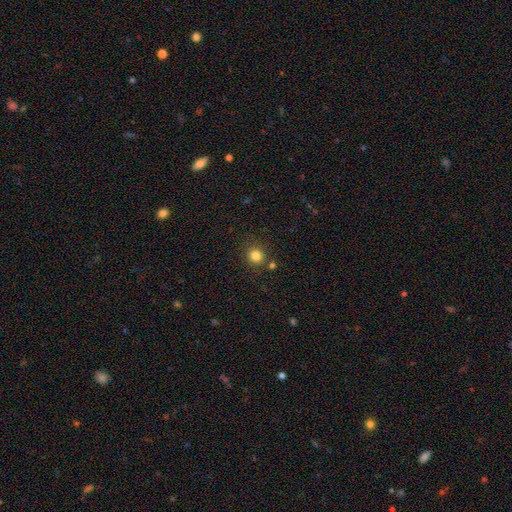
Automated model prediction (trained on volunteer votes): Smooth or featured: smooth — 83% (star or artifact — 13%)
How rounded: round — 89% (in between — 10%)
Merging: none — 82% (minor disturbance — 9%)